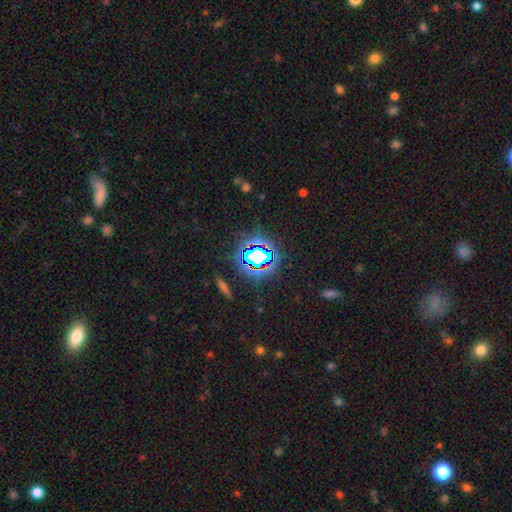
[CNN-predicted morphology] smooth_or_featured: star or artifact (p=0.70) [alt: smooth p=0.17]